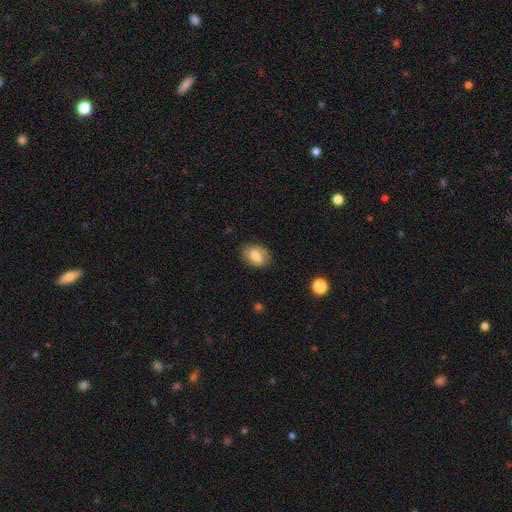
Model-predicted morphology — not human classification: This appears to be a smooth galaxy with no disk features (67%) that is in between round and cigar-shaped (77%). Merging: none (77%).